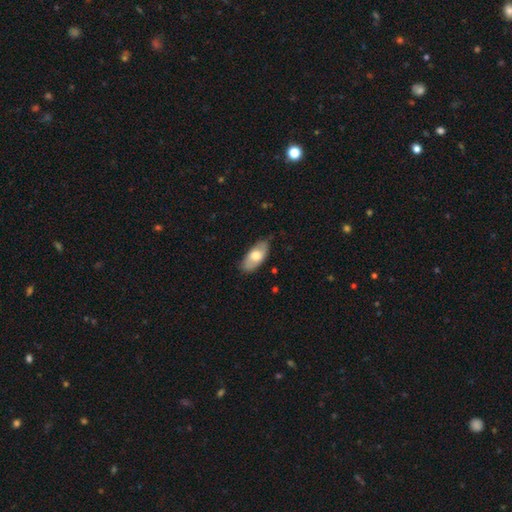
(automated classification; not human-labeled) A smooth galaxy with no disk features (61%) that is in between round and cigar-shaped (91%).

Vote fractions:
- Smooth or featured? smooth: 61% / featured or disk: 33% / star or artifact: 5%
- How rounded? in between: 91% / cigar-shaped: 6% / round: 3%
- Merging? none: 80% / minor disturbance: 16% / major disturbance: 3% / merger: 1%